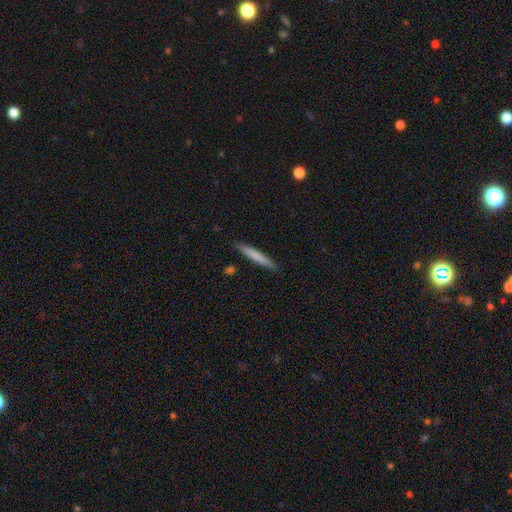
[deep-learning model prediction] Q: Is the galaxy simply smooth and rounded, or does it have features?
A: smooth — 73%.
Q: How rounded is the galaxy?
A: cigar-shaped — 95%.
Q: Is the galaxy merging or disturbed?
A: none — 89%.